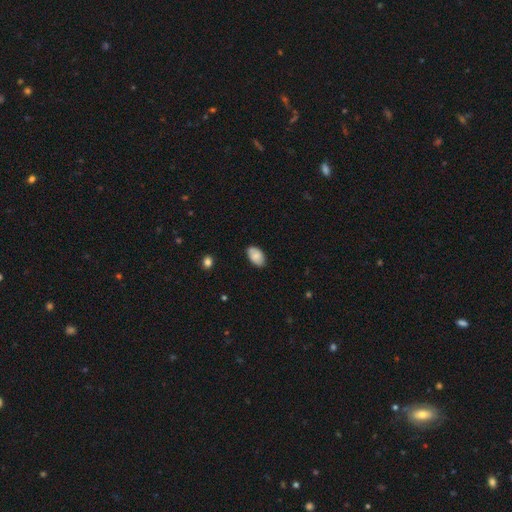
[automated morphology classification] Q: Smooth or featured?
A: smooth (80%); runner-up: featured or disk (13%)
Q: How rounded?
A: in between (93%); runner-up: round (5%)
Q: Merging?
A: none (81%); runner-up: minor disturbance (15%)